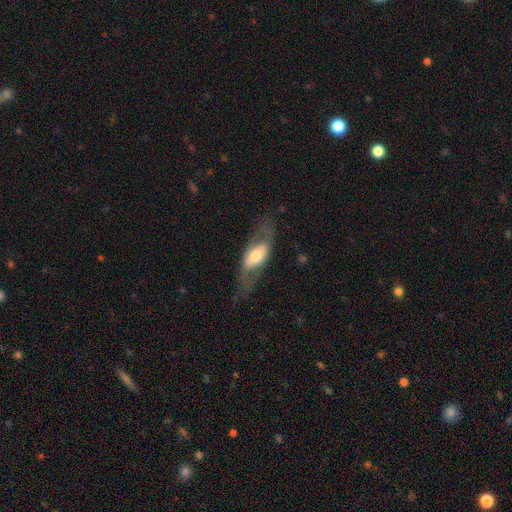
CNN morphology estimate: Smooth or featured: featured or disk — 53% (smooth — 41%)
Edge-on disk: no — 70% (yes — 30%)
Merging: none — 64% (minor disturbance — 19%)